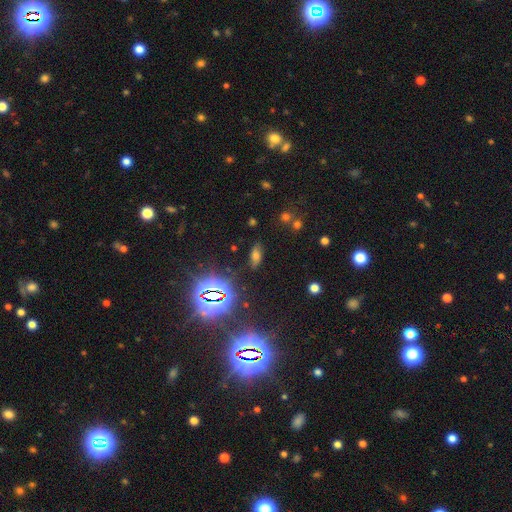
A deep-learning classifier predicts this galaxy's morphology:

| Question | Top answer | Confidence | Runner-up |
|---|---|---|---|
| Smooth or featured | smooth | 49% | star or artifact (35%) |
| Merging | none | 81% | minor disturbance (12%) |